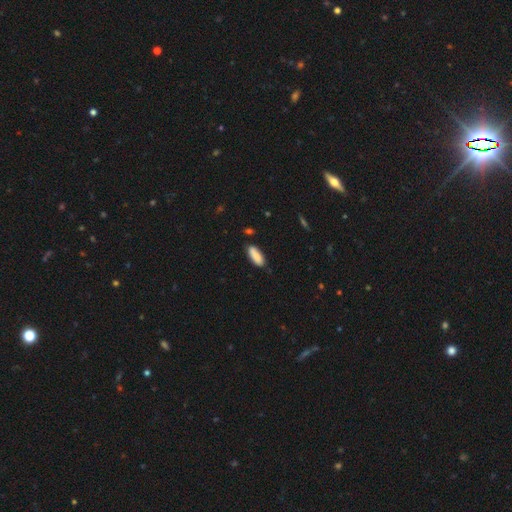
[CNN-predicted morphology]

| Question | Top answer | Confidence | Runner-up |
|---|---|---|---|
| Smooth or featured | smooth | 84% | featured or disk (9%) |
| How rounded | in between | 72% | cigar-shaped (26%) |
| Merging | none | 77% | minor disturbance (16%) |